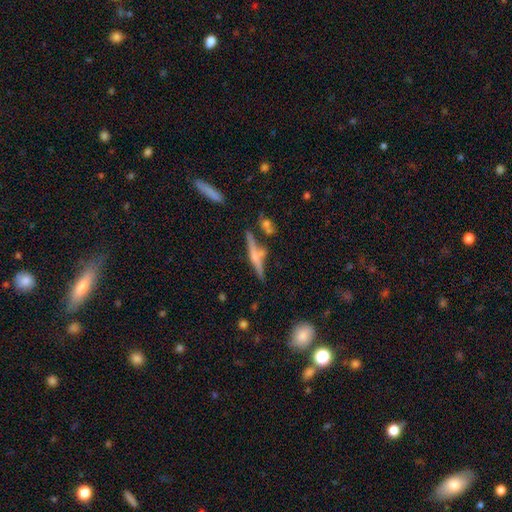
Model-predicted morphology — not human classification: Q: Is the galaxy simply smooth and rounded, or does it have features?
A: featured or disk — 58%.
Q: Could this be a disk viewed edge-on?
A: yes — 95%.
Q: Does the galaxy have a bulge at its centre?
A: rounded — 59%.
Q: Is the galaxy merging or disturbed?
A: none — 69%.